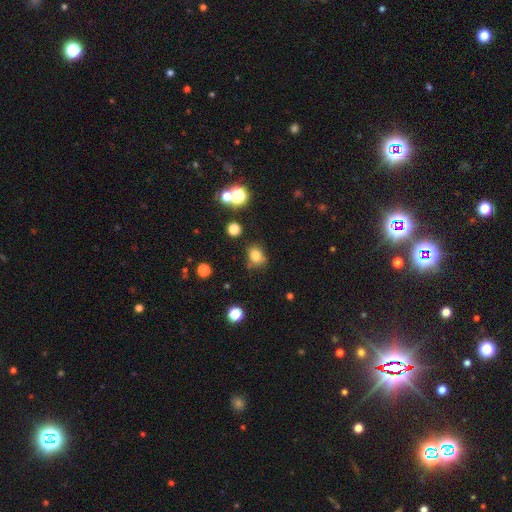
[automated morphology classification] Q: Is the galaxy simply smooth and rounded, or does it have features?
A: smooth — 80%.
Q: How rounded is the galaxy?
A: round — 55%.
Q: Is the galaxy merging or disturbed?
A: none — 74%.